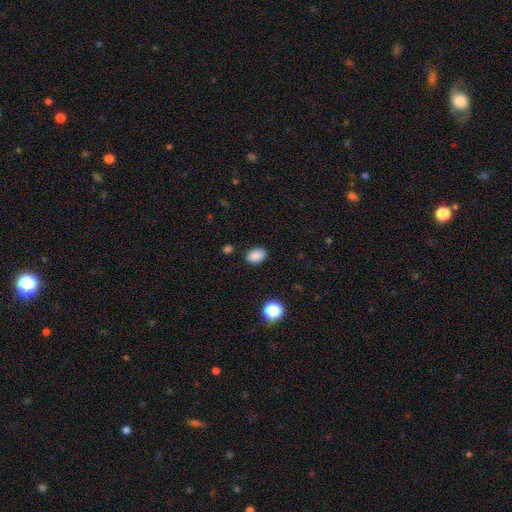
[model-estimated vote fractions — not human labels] This is clearly a smooth galaxy (87%). How rounded: likely in between (79%). Merging: clearly none (85%).